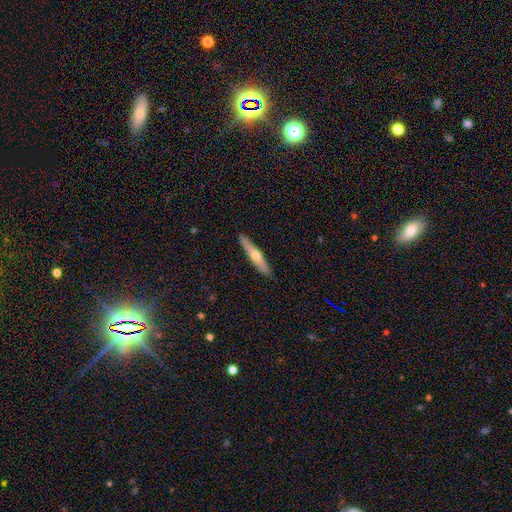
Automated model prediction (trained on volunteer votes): A featured or disk galaxy (48%).

Vote fractions:
- Smooth or featured? featured or disk: 48% / smooth: 46% / star or artifact: 5%
- Merging? none: 90% / minor disturbance: 7% / major disturbance: 1% / merger: 1%